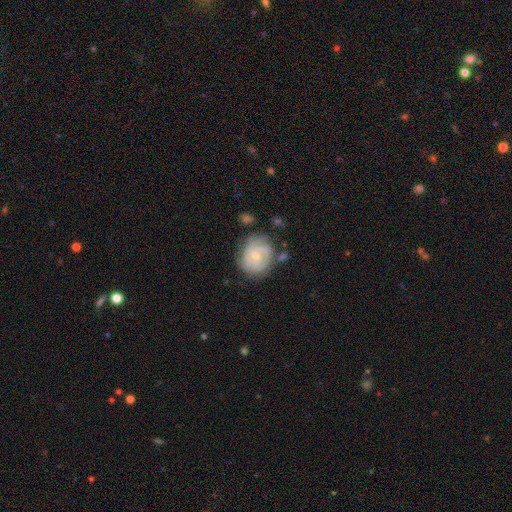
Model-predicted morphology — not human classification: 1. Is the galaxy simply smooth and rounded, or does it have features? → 70% featured or disk, 24% smooth, 6% star or artifact.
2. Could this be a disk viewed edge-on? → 97% no, 3% yes.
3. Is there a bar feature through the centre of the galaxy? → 64% no, 31% weak, 5% strong.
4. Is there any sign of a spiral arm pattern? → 82% yes, 18% no.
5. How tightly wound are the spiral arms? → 64% tight, 27% medium, 8% loose.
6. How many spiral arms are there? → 40% 2, 35% can't tell, 14% 3, 5% 1, 4% 4, 3% more than 4.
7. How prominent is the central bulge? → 51% moderate, 46% small, 1% large, 1% none, 1% dominant.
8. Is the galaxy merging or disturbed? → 65% none, 23% minor disturbance, 8% major disturbance, 4% merger.